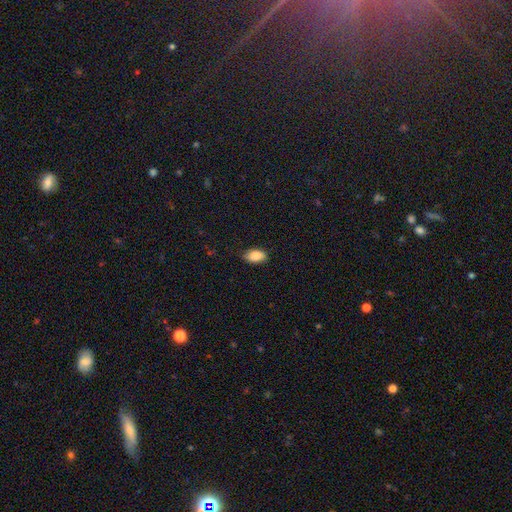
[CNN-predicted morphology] Smooth or featured? Predicted: smooth (p=0.86). How rounded? Predicted: in between (p=0.92). Merging? Predicted: none (p=0.80).